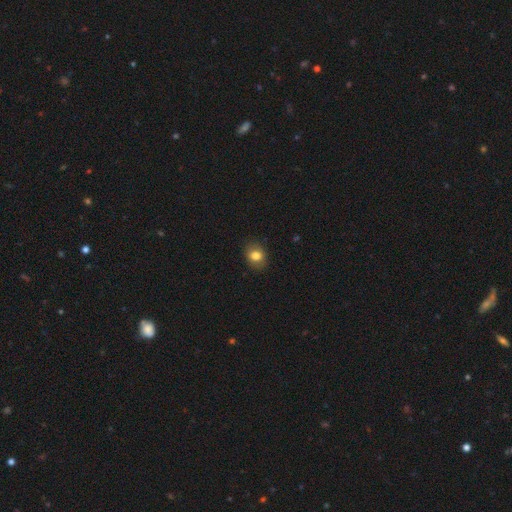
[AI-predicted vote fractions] A smooth galaxy with no disk features (81%) that is in between round and cigar-shaped (52%).

Vote fractions:
- Smooth or featured? smooth: 81% / star or artifact: 10% / featured or disk: 9%
- How rounded? in between: 52% / round: 47% / cigar-shaped: 1%
- Merging? none: 85% / minor disturbance: 11% / major disturbance: 3% / merger: 1%